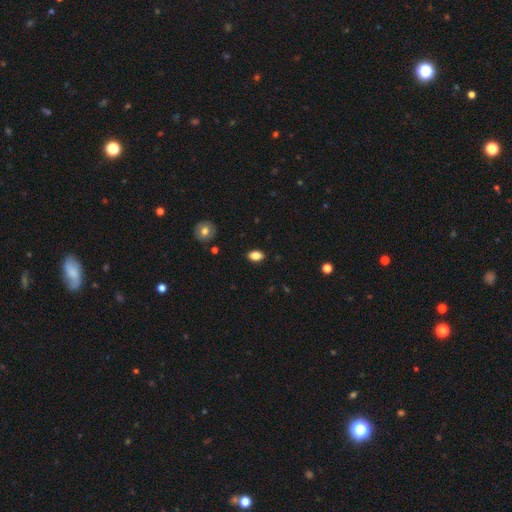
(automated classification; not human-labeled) smooth-or-featured: smooth: 85% | star or artifact: 9% | featured or disk: 6%
  how-rounded: in between: 87% | round: 11% | cigar-shaped: 2%
  merging: none: 88% | minor disturbance: 8% | major disturbance: 2% | merger: 1%